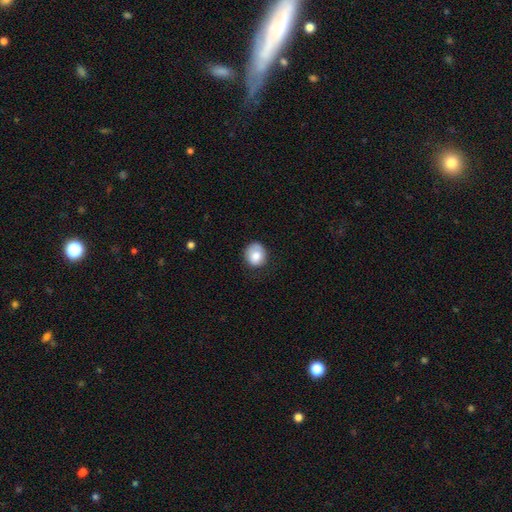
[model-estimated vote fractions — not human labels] Smooth or featured: smooth — 81% (featured or disk — 11%)
How rounded: round — 78% (in between — 21%)
Merging: none — 68% (minor disturbance — 24%)